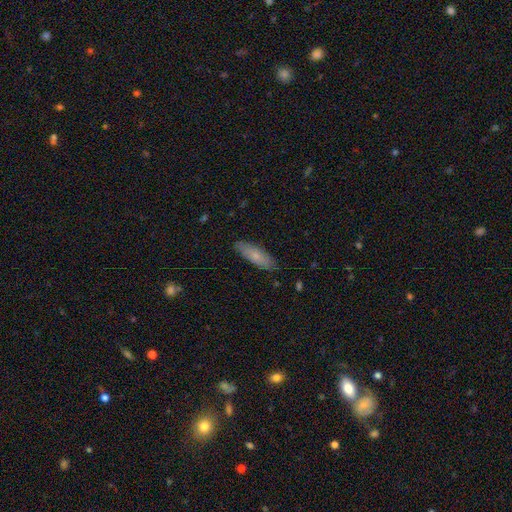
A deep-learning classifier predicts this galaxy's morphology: Smooth or featured: smooth — 70% (featured or disk — 24%)
How rounded: cigar-shaped — 50% (in between — 48%)
Merging: none — 86% (minor disturbance — 11%)